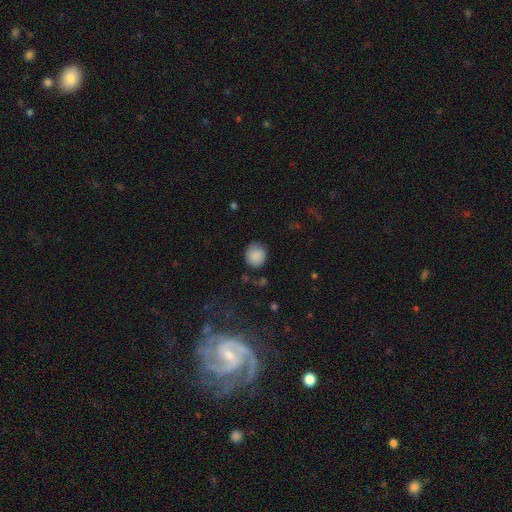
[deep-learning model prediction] A smooth galaxy with no disk features (85%) that is round (84%). Merging: none (76%).